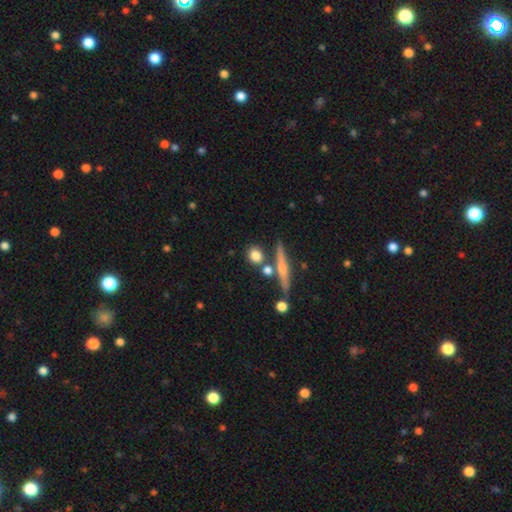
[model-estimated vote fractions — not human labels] A smooth galaxy with no disk features (75%) that is round (72%).

Vote fractions:
- Smooth or featured? smooth: 75% / featured or disk: 16% / star or artifact: 9%
- How rounded? round: 72% / in between: 17% / cigar-shaped: 11%
- Merging? none: 71% / merger: 14% / minor disturbance: 11% / major disturbance: 4%